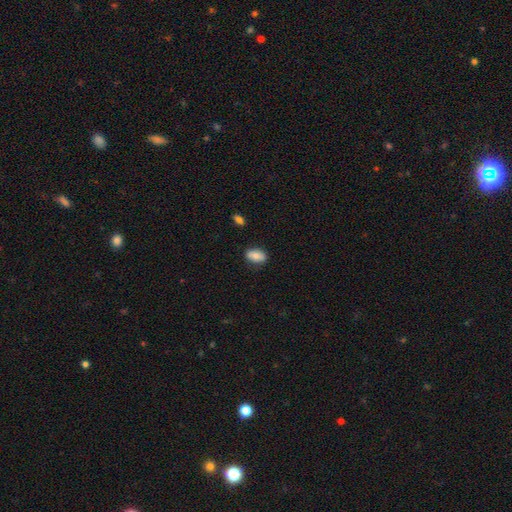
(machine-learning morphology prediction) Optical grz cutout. It shows a smooth galaxy with no disk features (76%) that is in between round and cigar-shaped (87%). Merging: none (82%).